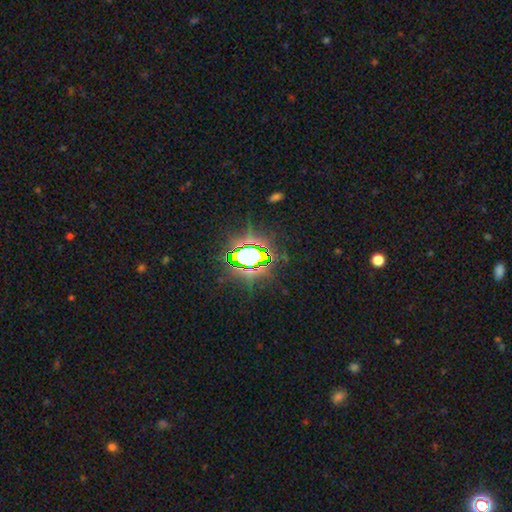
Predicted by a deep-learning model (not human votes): Smooth or featured? star or artifact (78%)